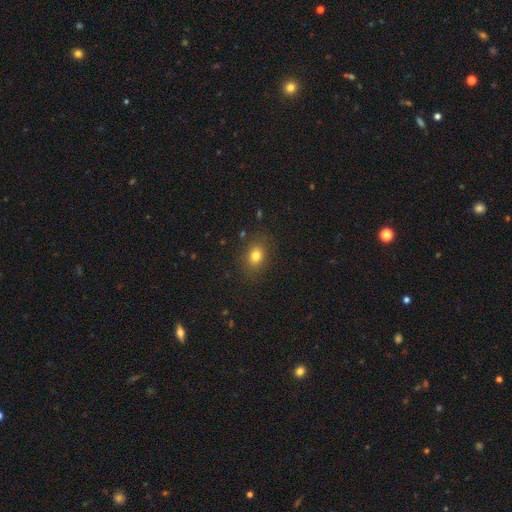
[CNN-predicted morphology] Overall: smooth (79%). How rounded: in between (61%; round 37%). Merging: none (84%).